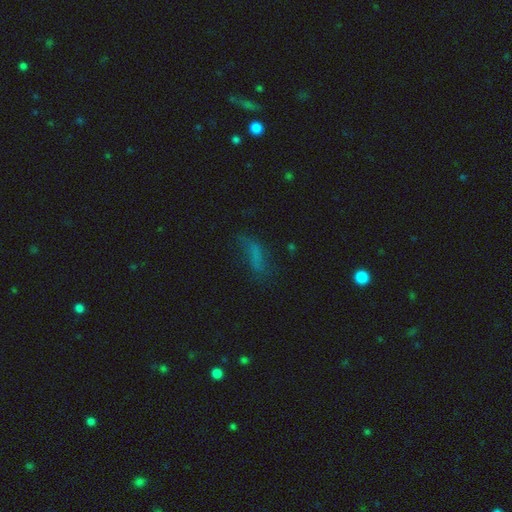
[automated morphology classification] Smooth or featured? smooth (53%)
How rounded? in between (56%)
Merging? none (53%)